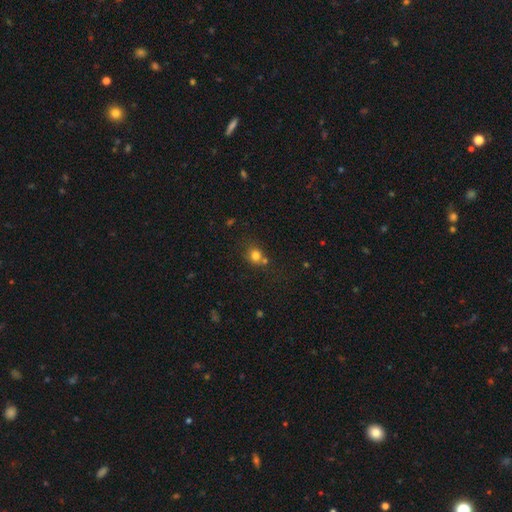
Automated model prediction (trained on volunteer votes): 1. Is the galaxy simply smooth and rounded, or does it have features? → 78% smooth, 14% star or artifact, 9% featured or disk.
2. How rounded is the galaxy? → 79% round, 20% in between, 1% cigar-shaped.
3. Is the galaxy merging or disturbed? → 56% none, 27% merger, 12% minor disturbance, 5% major disturbance.